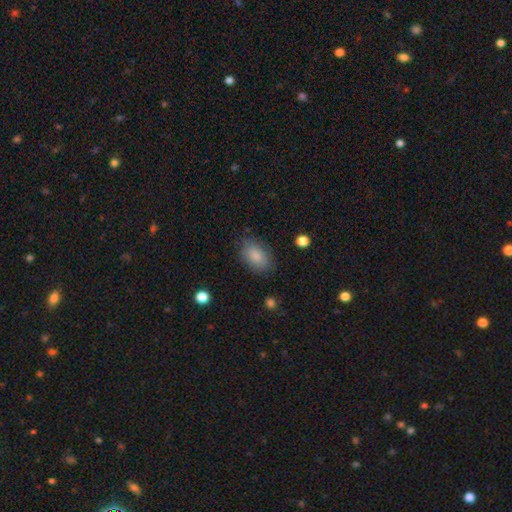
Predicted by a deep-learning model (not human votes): Morphology: type=smooth (86%); roundness=in between (88%); merging=none (81%).